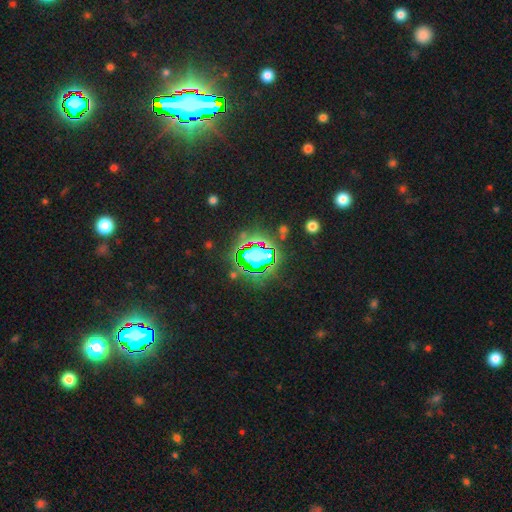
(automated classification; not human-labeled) Smooth or featured? Predicted: star or artifact (p=0.66).